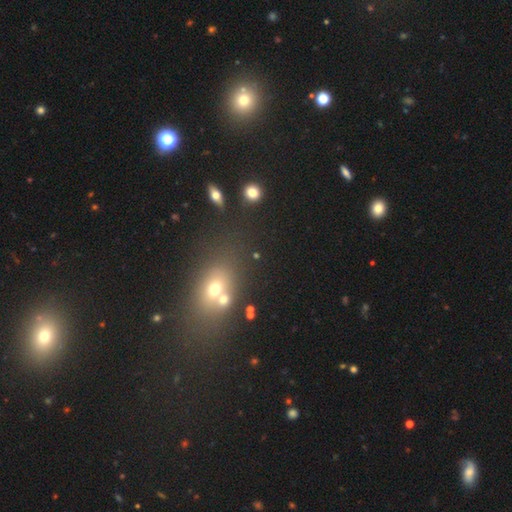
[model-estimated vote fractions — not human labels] The model was most divided on "how rounded": in between: 50%, round: 43%, cigar-shaped: 6%. More confident: merging — none (56%); smooth or featured — smooth (52%).